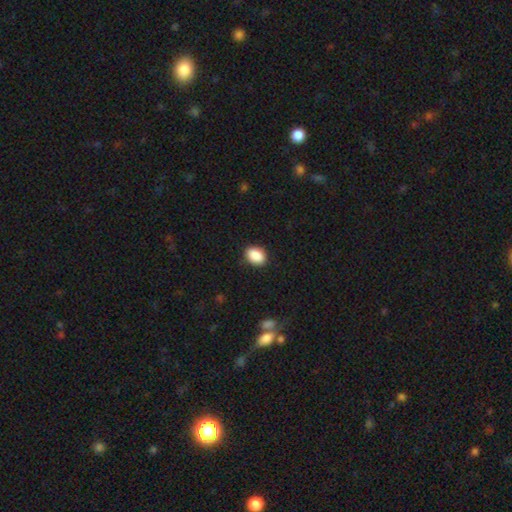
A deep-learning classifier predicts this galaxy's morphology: Smooth or featured? Predicted: smooth (p=0.90). How rounded? Predicted: in between (p=0.73). Merging? Predicted: none (p=0.88).